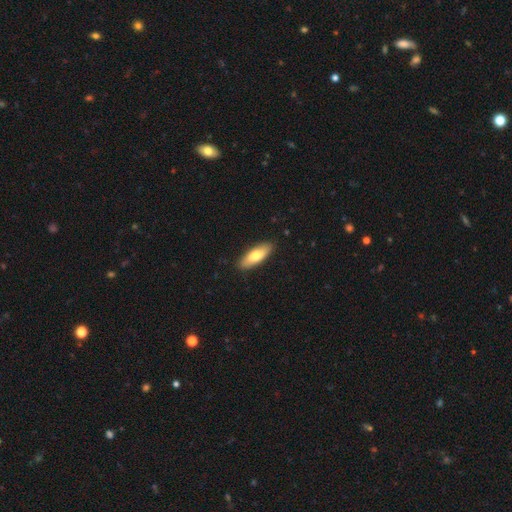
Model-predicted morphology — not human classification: smooth 74%, featured or disk 21%, star or artifact 5%. Down the decision tree: how rounded — in between (62%); merging — none (89%).